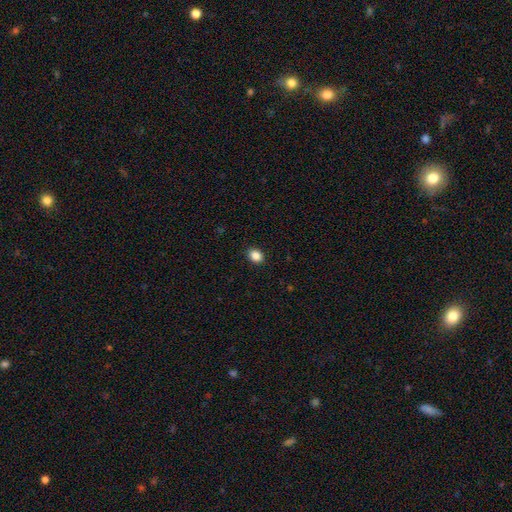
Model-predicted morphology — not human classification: Smooth or featured? Predicted: smooth (p=0.86). How rounded? Predicted: in between (p=0.53). Merging? Predicted: none (p=0.91).